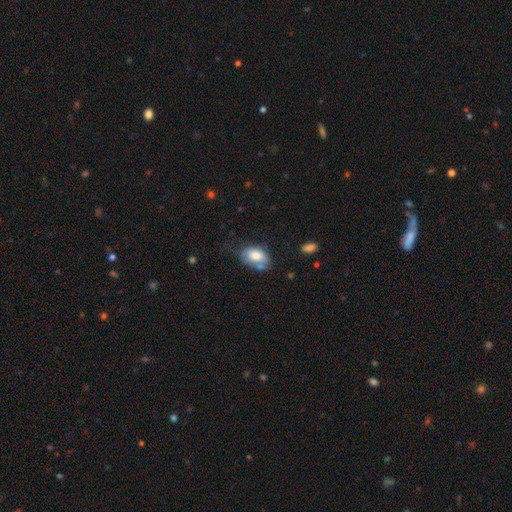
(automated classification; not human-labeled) Overall: smooth (74%). How rounded: in between (88%). Merging: none (38%; minor disturbance 34%).